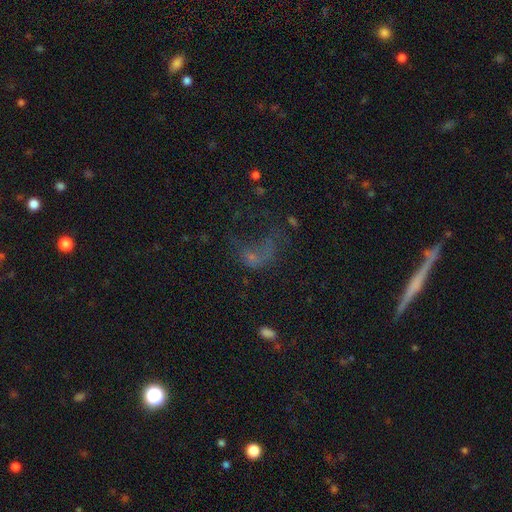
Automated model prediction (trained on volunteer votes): smooth 38%, featured or disk 34%, star or artifact 28%. Down the decision tree: merging — major disturbance (52%).